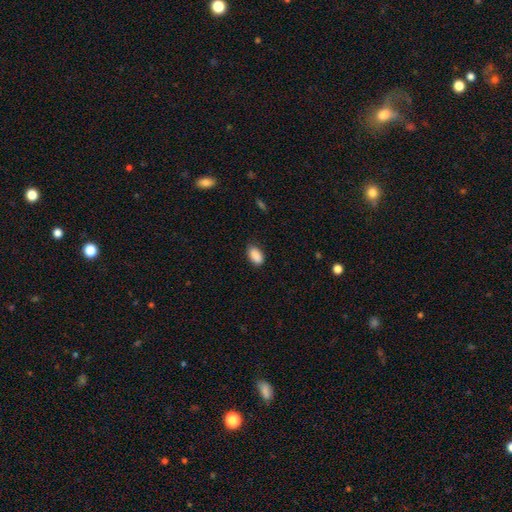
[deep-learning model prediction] smooth-or-featured: smooth: 90% | star or artifact: 7% | featured or disk: 3%
  how-rounded: in between: 93% | round: 5% | cigar-shaped: 2%
  merging: none: 80% | minor disturbance: 16% | major disturbance: 3% | merger: 1%